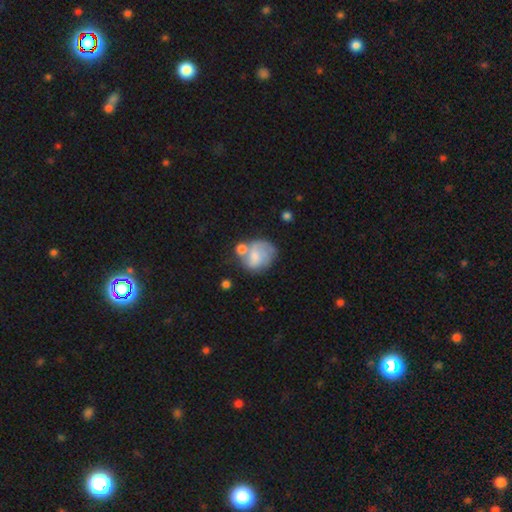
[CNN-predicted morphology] Overall: smooth (57%; featured or disk 35%). How rounded: round (60%; in between 39%). Merging: none (34%; merger 30%).